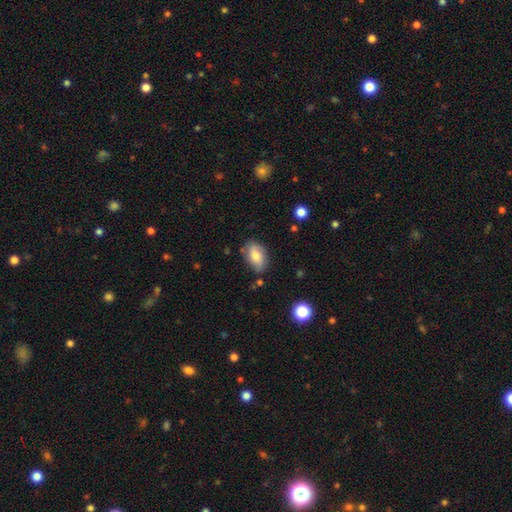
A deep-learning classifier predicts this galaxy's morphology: Smooth or featured? Predicted: smooth (p=0.77). How rounded? Predicted: in between (p=0.90). Merging? Predicted: none (p=0.74).